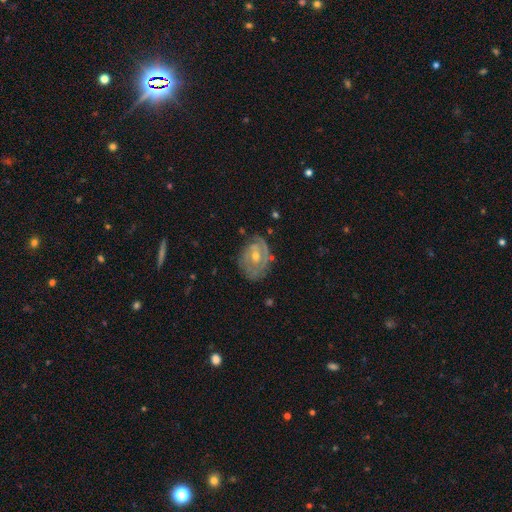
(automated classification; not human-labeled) A featured or disk galaxy (75%) with no bar (51%), tight (62%) spiral arms (79%) and a moderate central bulge (59%). Merging: none (70%).